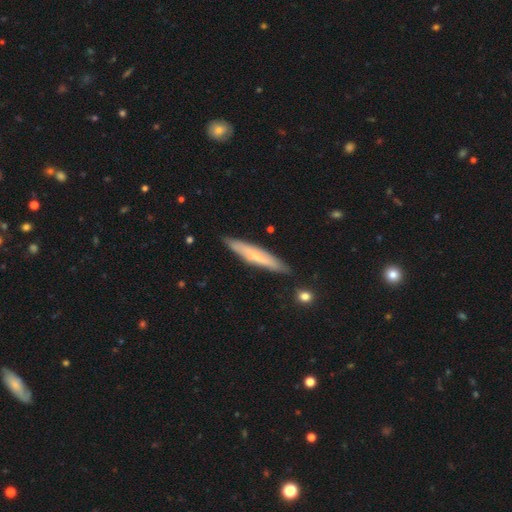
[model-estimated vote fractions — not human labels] A featured or disk galaxy (47%, tied with smooth).

Vote fractions:
- Smooth or featured? featured or disk: 47% (tied) / smooth: 47% (tied) / star or artifact: 6%
- Merging? none: 85% / minor disturbance: 11% / major disturbance: 2% / merger: 2%